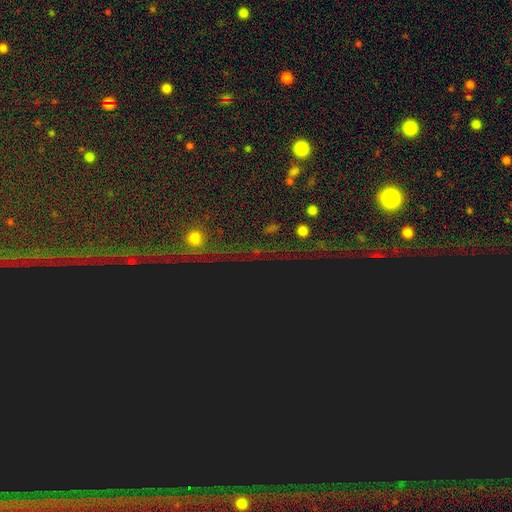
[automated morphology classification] star or artifact 83%, smooth 8%, featured or disk 8%.